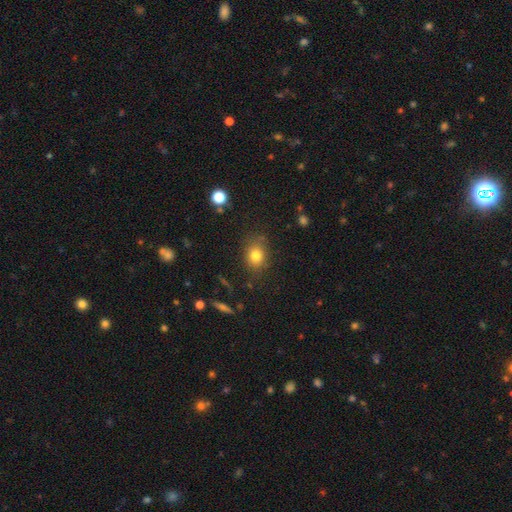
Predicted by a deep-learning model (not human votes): The model was most divided on "how rounded": in between: 52%, round: 47%, cigar-shaped: 1%. More confident: smooth or featured — smooth (79%); merging — none (79%).